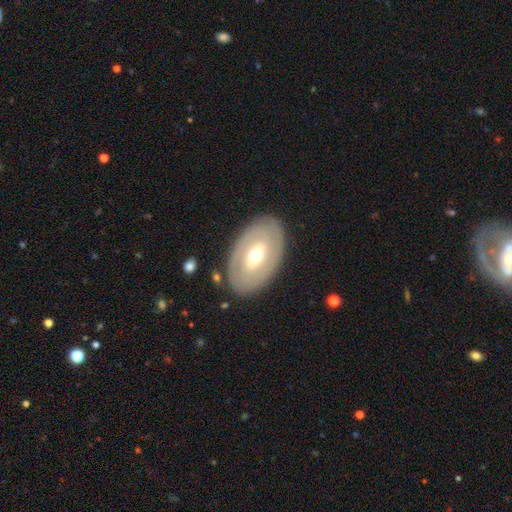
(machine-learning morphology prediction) featured or disk 60%, smooth 35%, star or artifact 5%. Down the decision tree: edge-on disk — no (89%); bar — no (46%); spiral arms — no (71%); bulge size — moderate (69%); merging — none (85%).